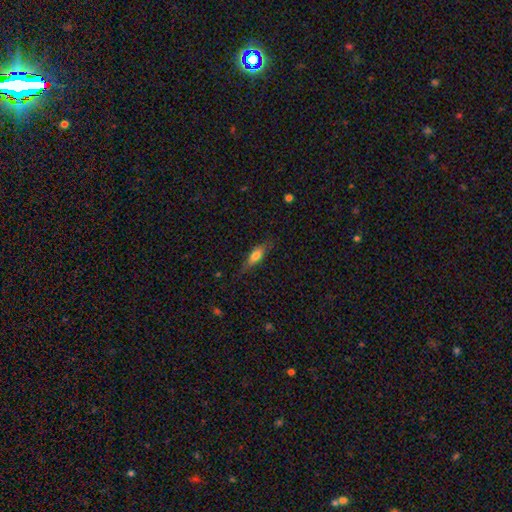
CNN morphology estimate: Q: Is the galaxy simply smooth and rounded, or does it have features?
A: smooth — 64%.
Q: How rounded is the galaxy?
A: in between — 52%.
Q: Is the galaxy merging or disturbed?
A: none — 73%.